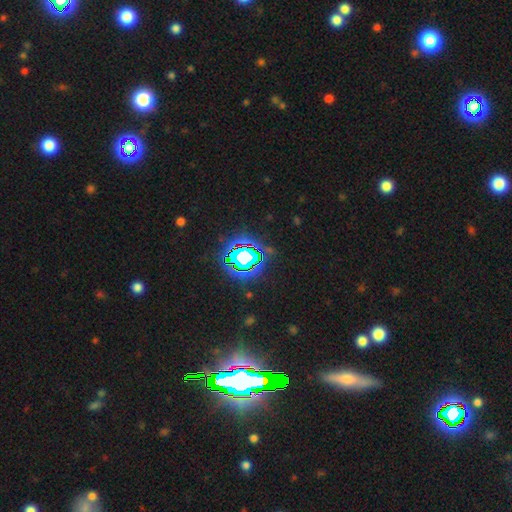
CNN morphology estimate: This is clearly a star or artifact rather than a galaxy (80%).